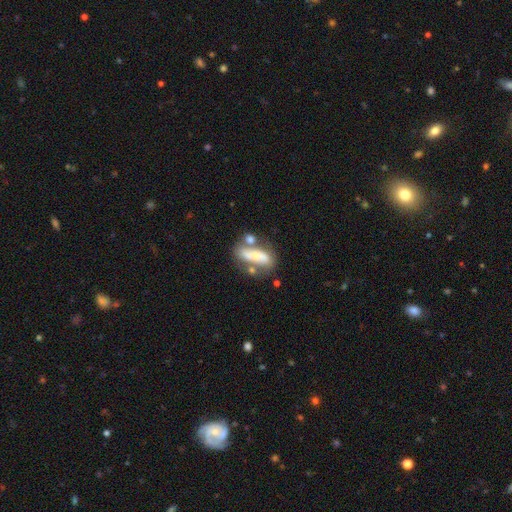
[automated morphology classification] Smooth or featured? featured or disk (51%)
Edge-on disk? no (75%)
Merging? none (46%)